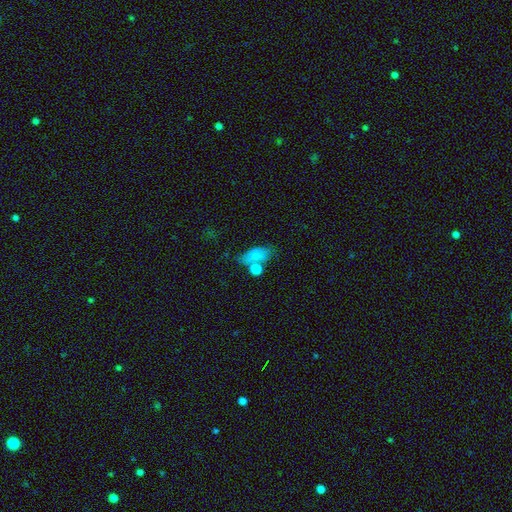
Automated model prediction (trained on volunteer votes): smooth 76%, star or artifact 12%, featured or disk 12%. Down the decision tree: how rounded — in between (85%); merging — none (45%).